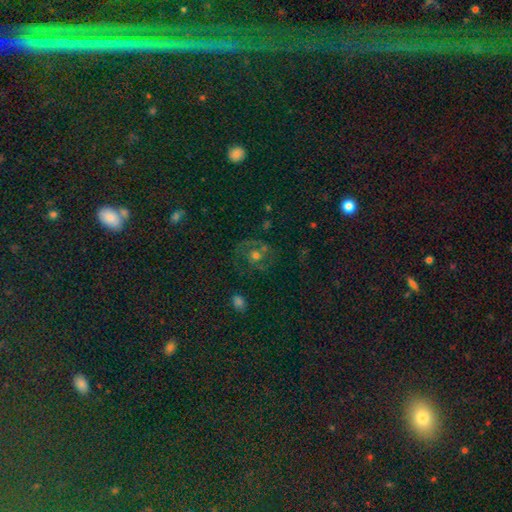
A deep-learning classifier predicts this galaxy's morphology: Overall: featured or disk (52%; smooth 27%). Edge-on disk: no (96%). Bar: no (78%). Spiral arms: yes (60%; no 40%). Bulge size: moderate (64%). Merging: none (67%).